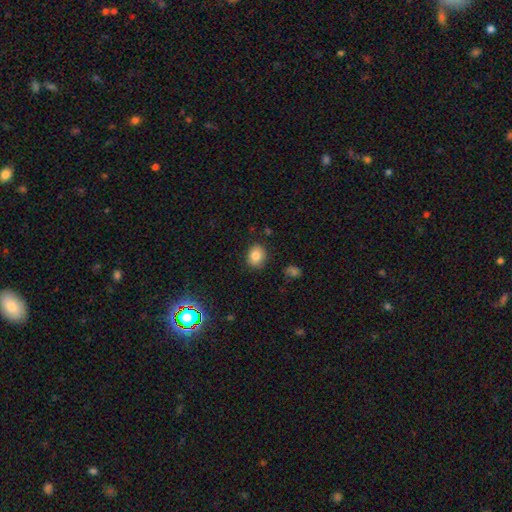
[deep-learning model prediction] Morphology: type=smooth (82%); roundness=round (63%); merging=none (84%).